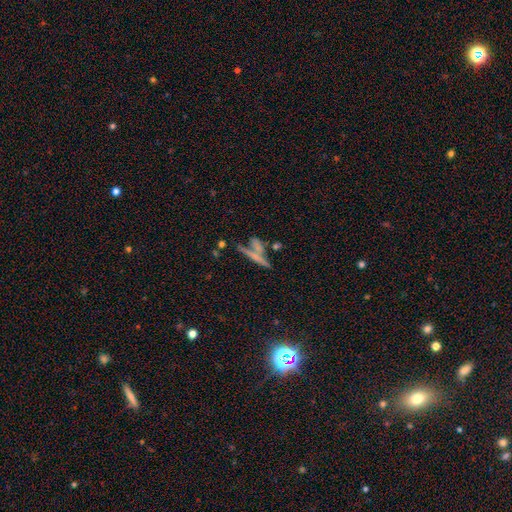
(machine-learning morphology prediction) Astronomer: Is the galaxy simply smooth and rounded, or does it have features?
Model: smooth — 49% (runner-up: featured or disk, 40%).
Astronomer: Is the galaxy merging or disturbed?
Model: none — 49% (runner-up: merger, 33%).